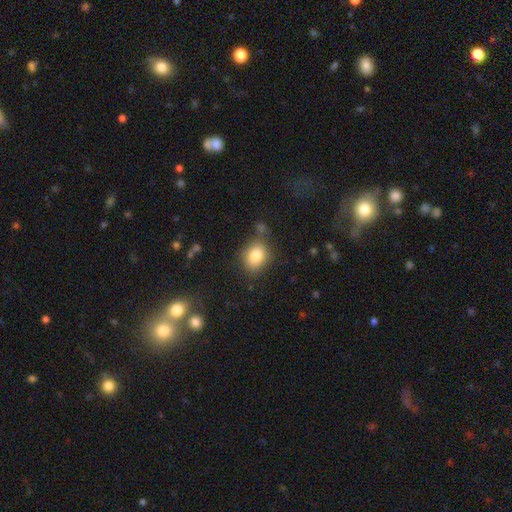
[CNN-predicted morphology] type=smooth (81%); roundness=in between (51%); merging=none (75%).